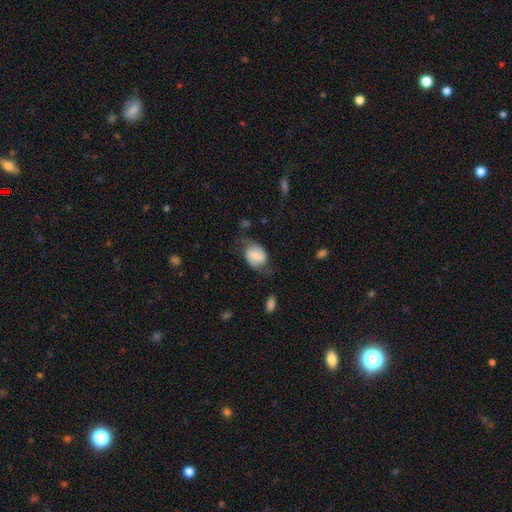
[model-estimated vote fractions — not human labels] smooth_or_featured: featured or disk (p=0.47) [alt: smooth p=0.46]
merging: none (p=0.53) [alt: minor disturbance p=0.28]